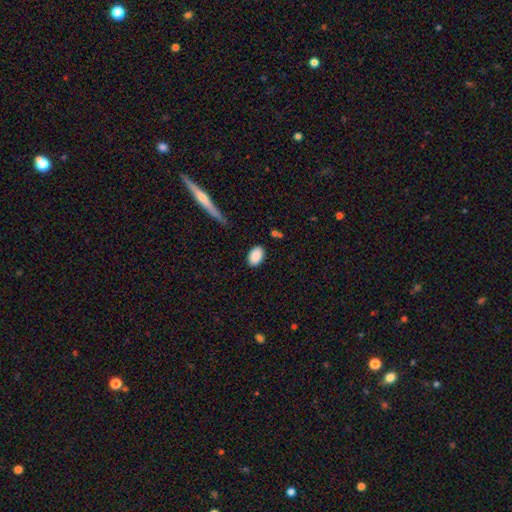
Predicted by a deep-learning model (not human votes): smooth_or_featured: smooth (p=0.89) [alt: star or artifact p=0.07]
how_rounded: in between (p=0.90) [alt: round p=0.09]
merging: none (p=0.85) [alt: minor disturbance p=0.10]